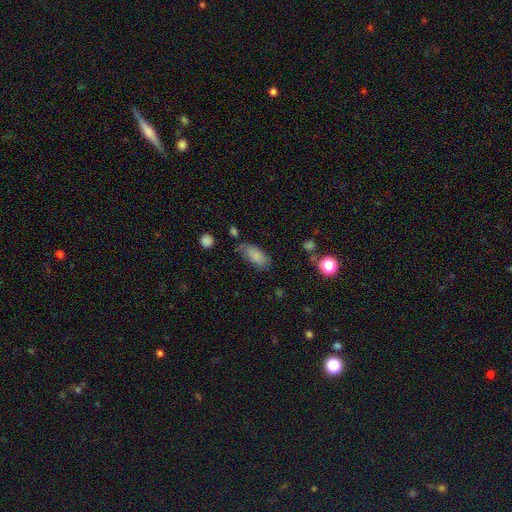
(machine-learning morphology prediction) Smooth or featured?
  - smooth: 80% *
  - featured or disk: 12%
  - star or artifact: 9%
How rounded?
  - in between: 88% *
  - cigar-shaped: 10%
  - round: 3%
Merging?
  - none: 61% *
  - minor disturbance: 26%
  - major disturbance: 8%
  - merger: 5%